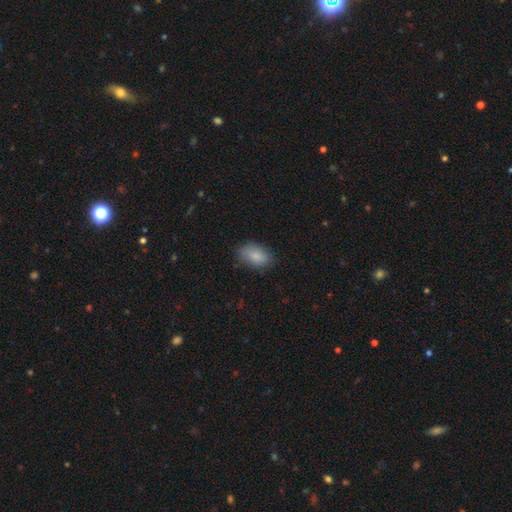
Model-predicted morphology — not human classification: Smooth or featured?
  - smooth: 86% *
  - star or artifact: 7%
  - featured or disk: 7%
How rounded?
  - in between: 91% *
  - round: 7%
  - cigar-shaped: 2%
Merging?
  - none: 81% *
  - minor disturbance: 15%
  - major disturbance: 3%
  - merger: 1%